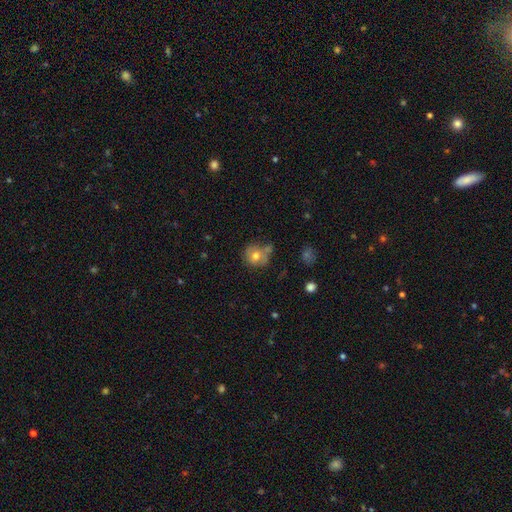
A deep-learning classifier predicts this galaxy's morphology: smooth 71%, featured or disk 19%, star or artifact 10%. Down the decision tree: how rounded — round (82%); merging — none (55%).